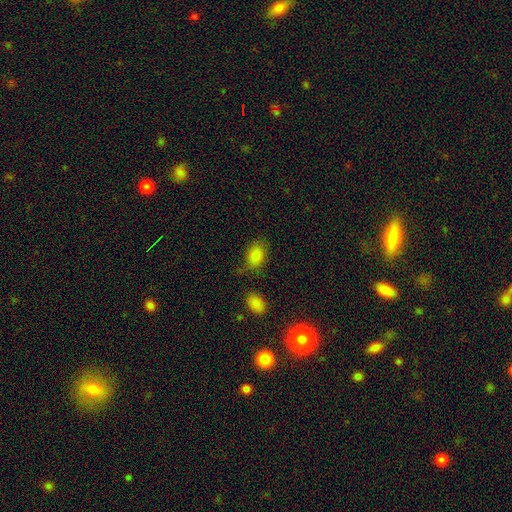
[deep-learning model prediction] This is clearly a smooth galaxy (83%). How rounded: clearly in between (83%). Merging: likely none (67%).